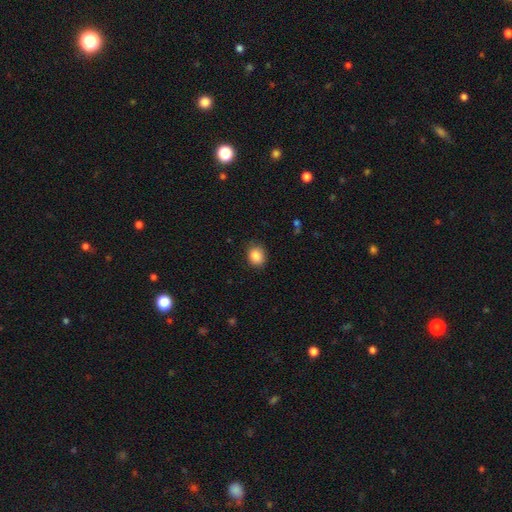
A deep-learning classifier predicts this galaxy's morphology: Q: Smooth or featured?
A: smooth (87%); runner-up: star or artifact (9%)
Q: How rounded?
A: round (58%); runner-up: in between (41%)
Q: Merging?
A: none (84%); runner-up: minor disturbance (12%)